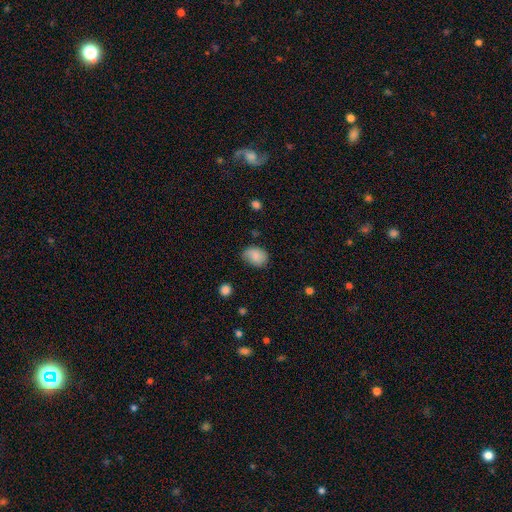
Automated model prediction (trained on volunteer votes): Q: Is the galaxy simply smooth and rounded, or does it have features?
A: smooth — 83%.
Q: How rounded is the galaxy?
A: in between — 68%.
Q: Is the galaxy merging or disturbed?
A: none — 67%.